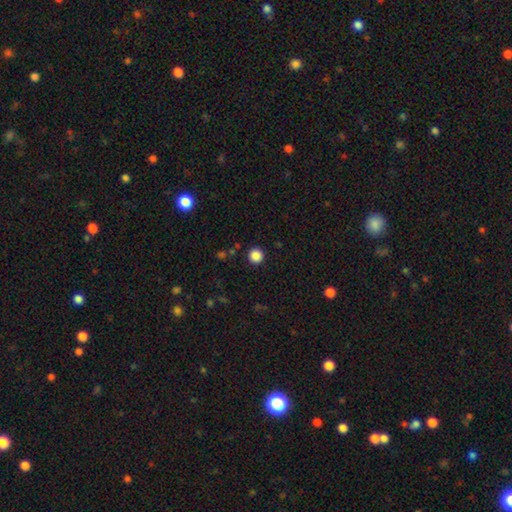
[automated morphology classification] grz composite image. It shows a smooth galaxy with no disk features (87%) that is round (96%). Merging: none (92%).